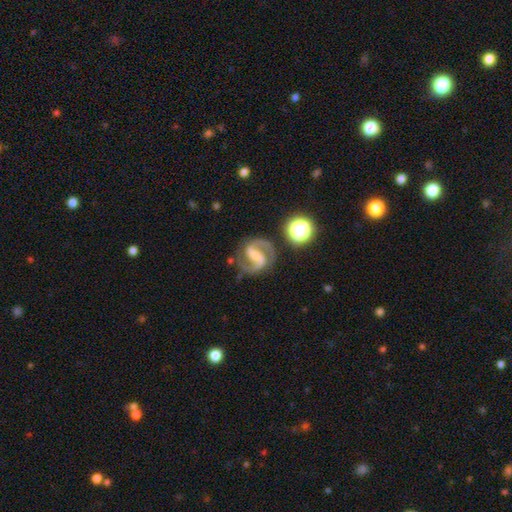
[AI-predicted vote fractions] A featured or disk galaxy (90%) with a strong bar (46%), 2 (93%) medium (63%) spiral arms (98%) and a small central bulge (41%).

Vote fractions:
- Smooth or featured? featured or disk: 90% / star or artifact: 6% / smooth: 5%
- Edge-on disk? no: 98% / yes: 2%
- Bar? strong: 46% / weak: 38% / no: 16%
- Spiral arms? yes: 98% / no: 2%
- Spiral winding? medium: 63% / loose: 19% / tight: 18%
- Spiral arm count? 2: 93% / can't tell: 2% / 1: 2% / 3: 1% / 4: 1% / more than 4: 1%
- Bulge size? small: 41% / none: 27% / moderate: 25% / large: 5% / dominant: 2%
- Merging? none: 77% / minor disturbance: 14% / major disturbance: 6% / merger: 3%